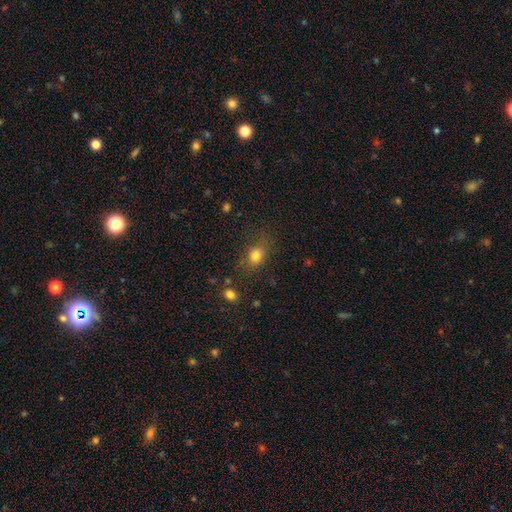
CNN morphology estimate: Smooth or featured?
  - smooth: 78% *
  - star or artifact: 14%
  - featured or disk: 9%
How rounded?
  - in between: 49% * (tied)
  - round: 49% * (tied)
  - cigar-shaped: 2%
Merging?
  - none: 69% *
  - minor disturbance: 19%
  - major disturbance: 9%
  - merger: 3%